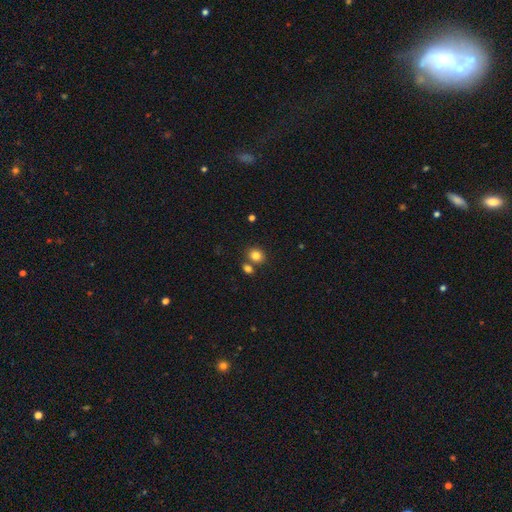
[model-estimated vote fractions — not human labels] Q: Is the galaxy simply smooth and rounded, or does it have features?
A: smooth — 82%.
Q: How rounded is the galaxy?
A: round — 69%.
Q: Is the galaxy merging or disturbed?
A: none — 68%.